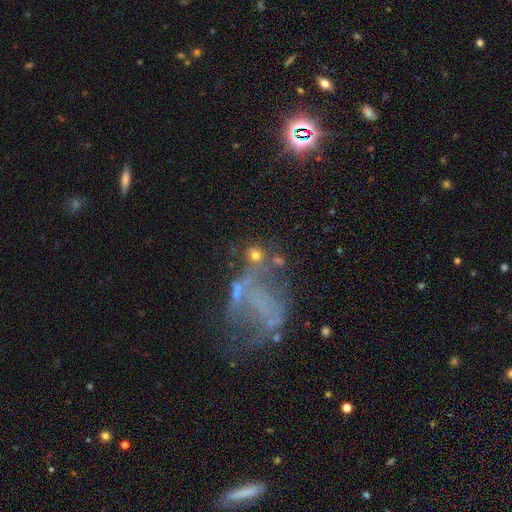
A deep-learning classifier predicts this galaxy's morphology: smooth_or_featured: smooth (p=0.49) [alt: featured or disk p=0.27]
merging: none (p=0.49) [alt: major disturbance p=0.19]